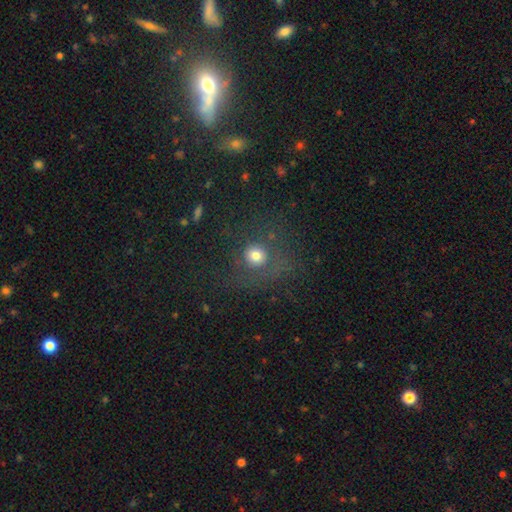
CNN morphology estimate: A smooth galaxy with no disk features (69%) that is round (88%). Merging: none (68%).